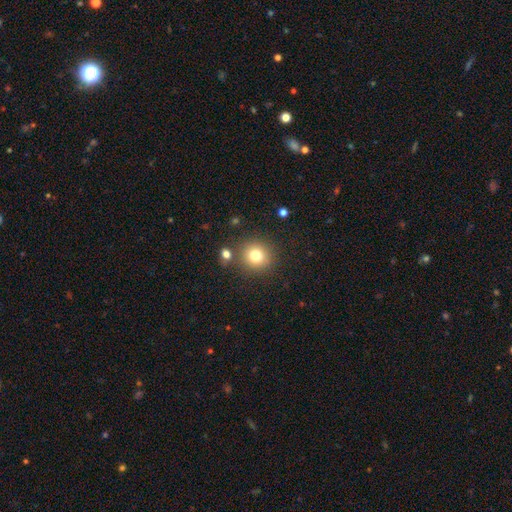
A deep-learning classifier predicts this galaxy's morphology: Smooth or featured: smooth — 78% (star or artifact — 13%)
How rounded: round — 91% (in between — 8%)
Merging: none — 82% (minor disturbance — 8%)